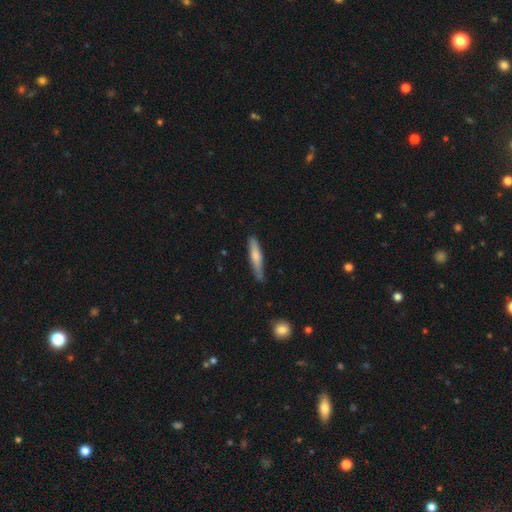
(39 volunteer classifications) smooth 62%, featured or disk 31%, star or artifact 8%. Down the decision tree: how rounded — cigar-shaped (96%); merging — none (81%).